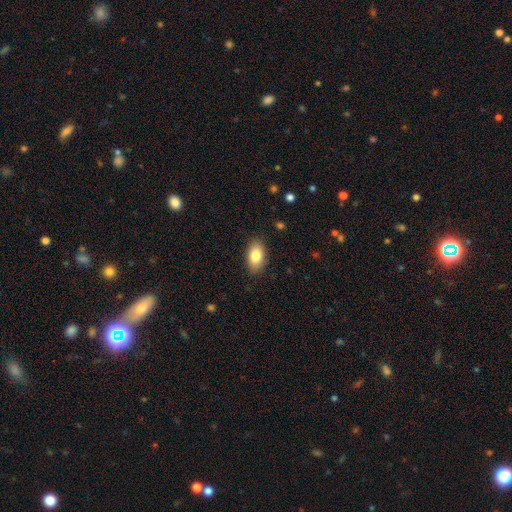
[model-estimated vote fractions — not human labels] Smooth or featured? Predicted: smooth (p=0.85). How rounded? Predicted: in between (p=0.93). Merging? Predicted: none (p=0.86).